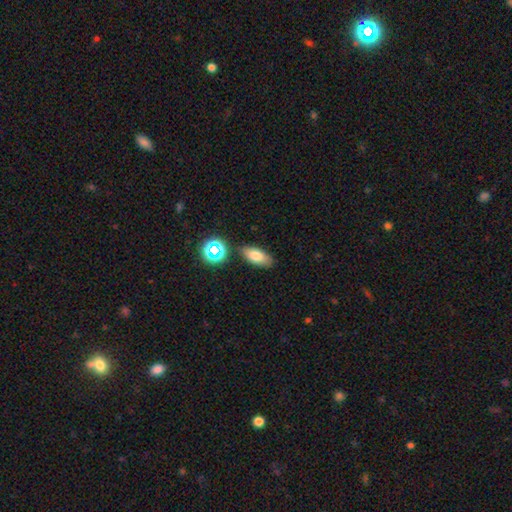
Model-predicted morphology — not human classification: smooth 74%, featured or disk 14%, star or artifact 12%. Down the decision tree: how rounded — in between (84%); merging — none (82%).